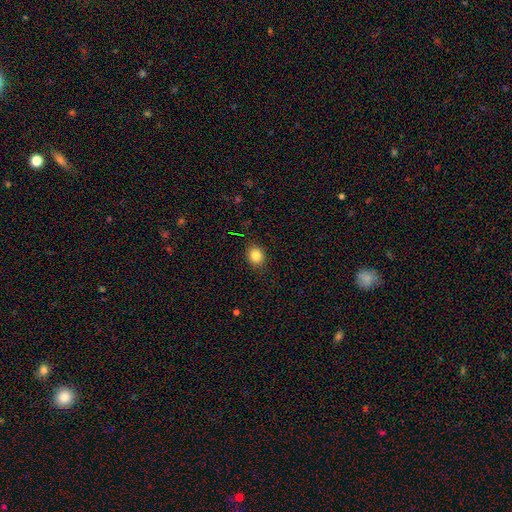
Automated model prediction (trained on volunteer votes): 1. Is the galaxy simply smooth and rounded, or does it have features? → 84% smooth, 10% star or artifact, 5% featured or disk.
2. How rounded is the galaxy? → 58% round, 41% in between, 1% cigar-shaped.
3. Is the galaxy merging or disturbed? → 89% none, 8% minor disturbance, 2% major disturbance, 1% merger.